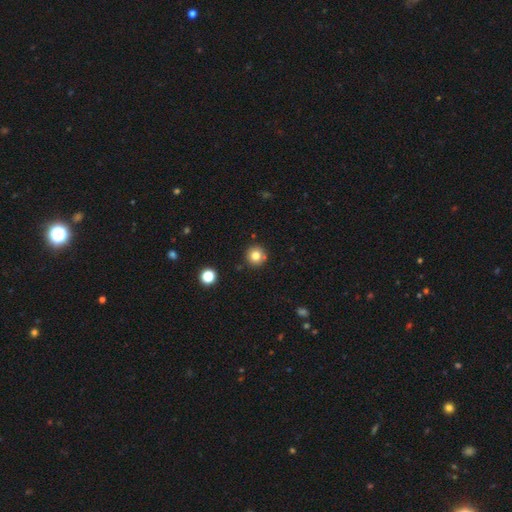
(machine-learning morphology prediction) This is likely a smooth galaxy (79%). How rounded: clearly round (95%). Merging: clearly none (86%).